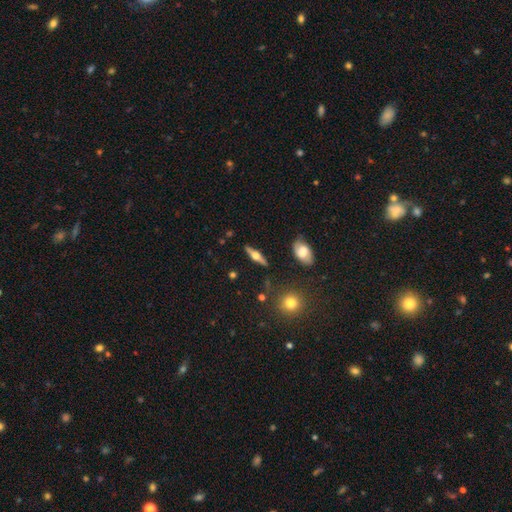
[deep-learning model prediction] This is likely a featured or disk galaxy (69%). It is clearly viewed edge-on (95%). Edge-on bulge: clearly rounded (95%). Merging: clearly none (87%).